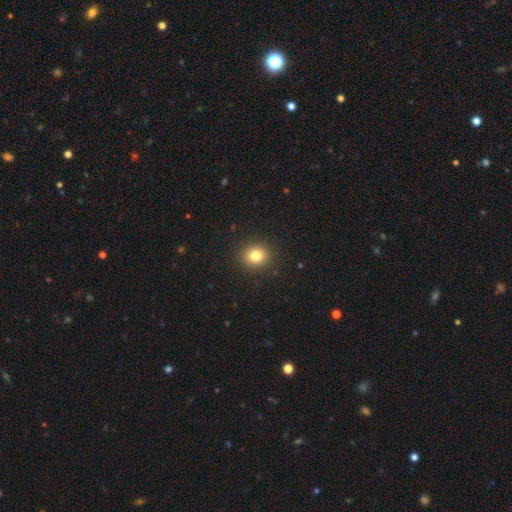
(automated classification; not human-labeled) Smooth or featured? smooth (81%)
How rounded? round (75%)
Merging? none (90%)